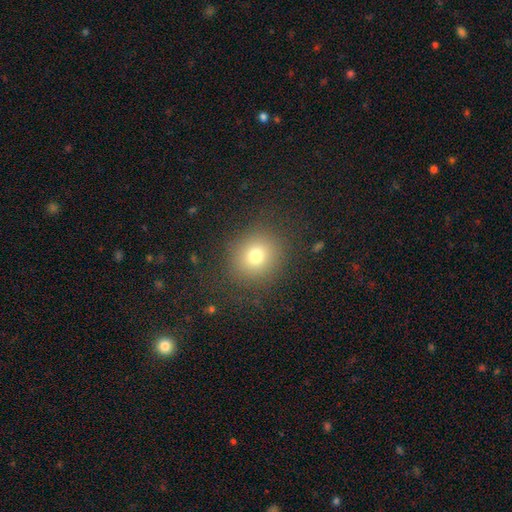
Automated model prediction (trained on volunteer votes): Smooth or featured? Predicted: smooth (p=0.75). How rounded? Predicted: round (p=0.83). Merging? Predicted: none (p=0.85).